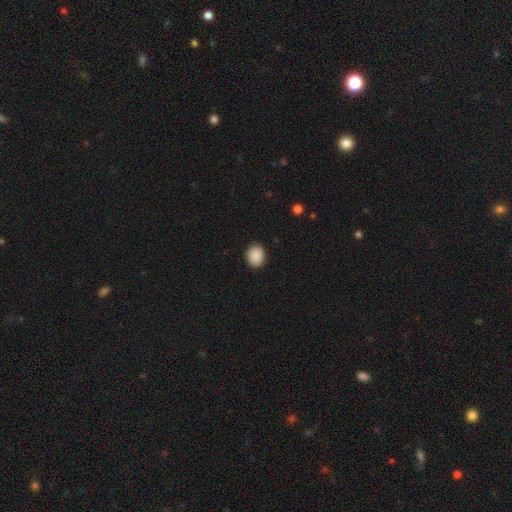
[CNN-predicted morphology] Smooth or featured: smooth — 89% (star or artifact — 8%)
How rounded: round — 70% (in between — 29%)
Merging: none — 91% (minor disturbance — 7%)